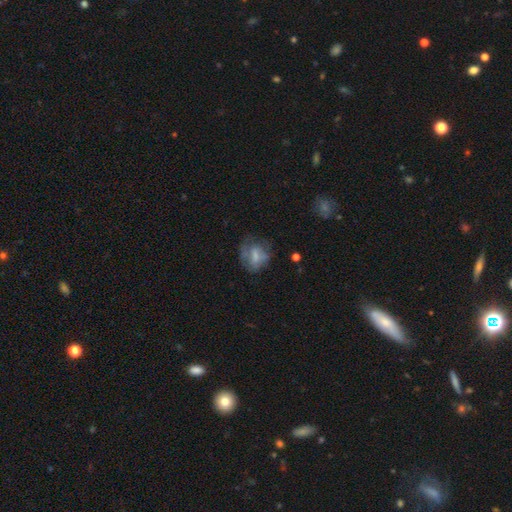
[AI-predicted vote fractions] smooth-or-featured: smooth: 51% | featured or disk: 40% | star or artifact: 10%
  how-rounded: round: 54% | in between: 44% | cigar-shaped: 2%
  merging: none: 49% | minor disturbance: 26% | major disturbance: 23% | merger: 2%